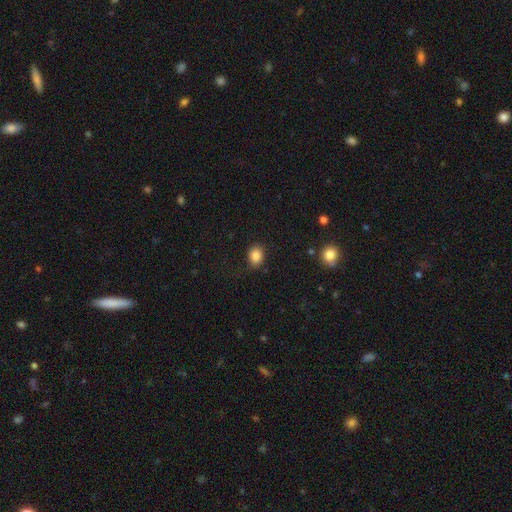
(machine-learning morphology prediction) Overall: smooth (85%). How rounded: round (53%; in between 46%). Merging: none (83%).